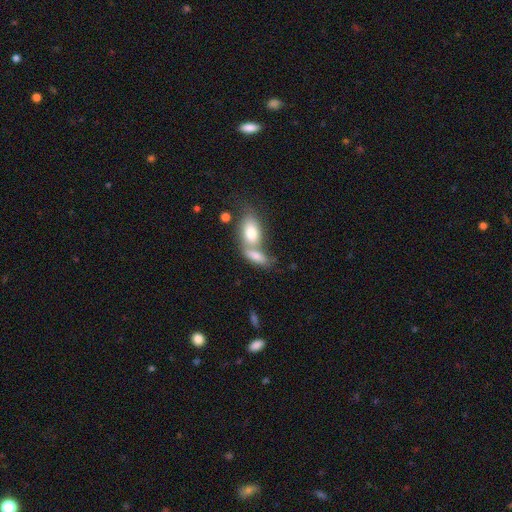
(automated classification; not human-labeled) This is likely a smooth galaxy (77%). How rounded: clearly in between (82%). Merging: possibly merger (59%).